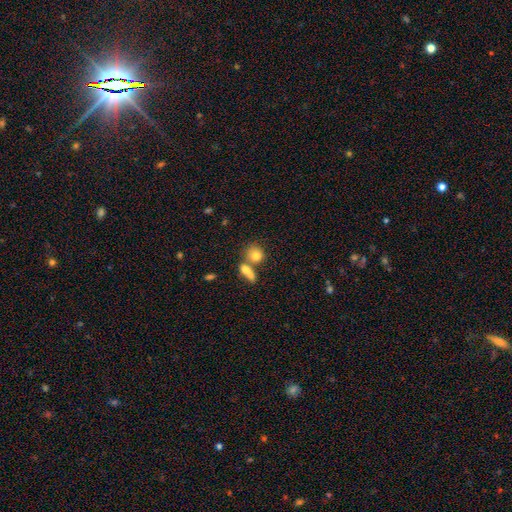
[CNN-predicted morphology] smooth 78%, featured or disk 13%, star or artifact 9%. Down the decision tree: how rounded — round (65%); merging — merger (47%).